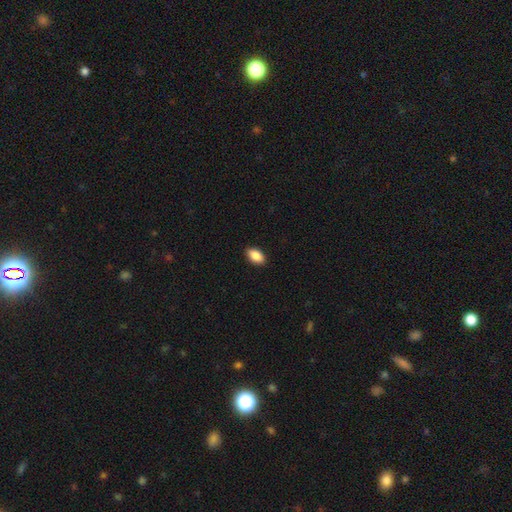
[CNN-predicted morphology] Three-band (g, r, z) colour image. It shows a smooth galaxy with no disk features (89%) that is in between round and cigar-shaped (93%). Merging: none (90%).